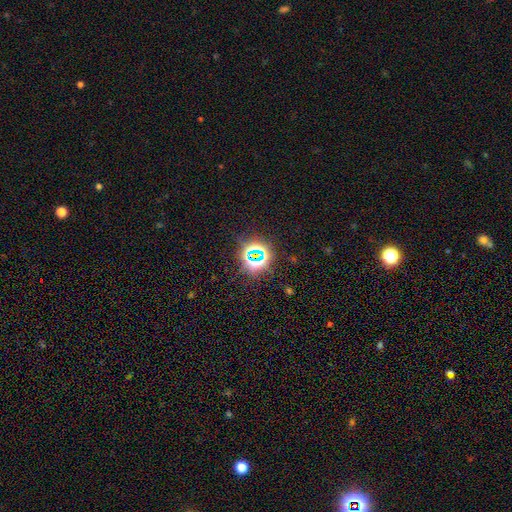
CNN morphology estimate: A star or artifact, not a galaxy (76%).